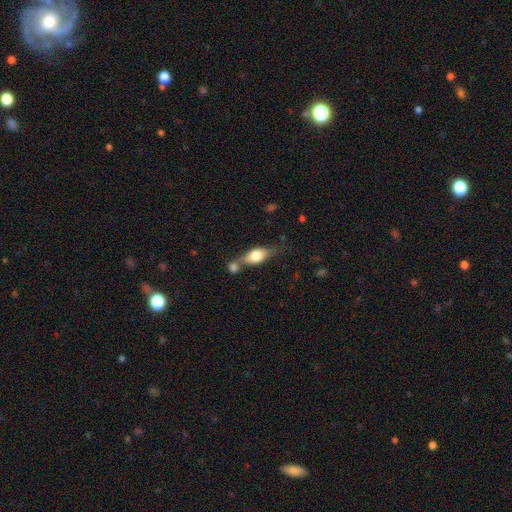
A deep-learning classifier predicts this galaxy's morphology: Overall: smooth (52%; featured or disk 41%). How rounded: in between (66%; cigar-shaped 26%). Merging: none (44%; merger 35%).